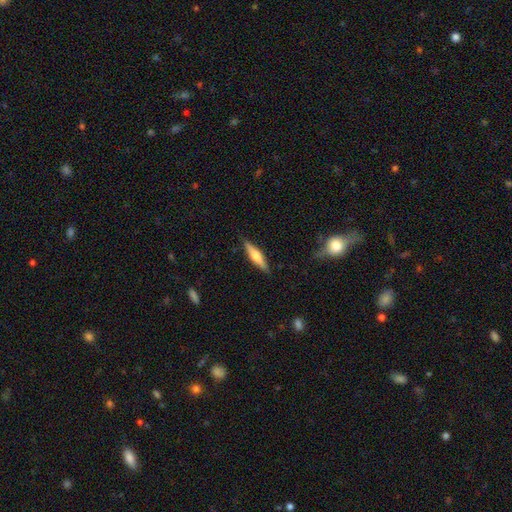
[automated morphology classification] smooth_or_featured: featured or disk (p=0.48) [alt: smooth p=0.46]
merging: none (p=0.88) [alt: minor disturbance p=0.09]